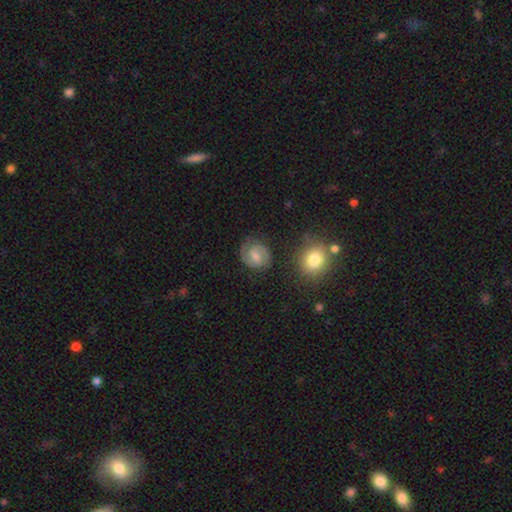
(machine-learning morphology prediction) Overall: featured or disk (66%; smooth 26%). Edge-on disk: no (98%). Bar: weak (59%; no 23%). Spiral arms: yes (93%). Spiral arm count: 2 (85%). Spiral winding: medium (48%; tight 36%). Bulge size: small (43%; moderate 33%). Merging: none (77%).